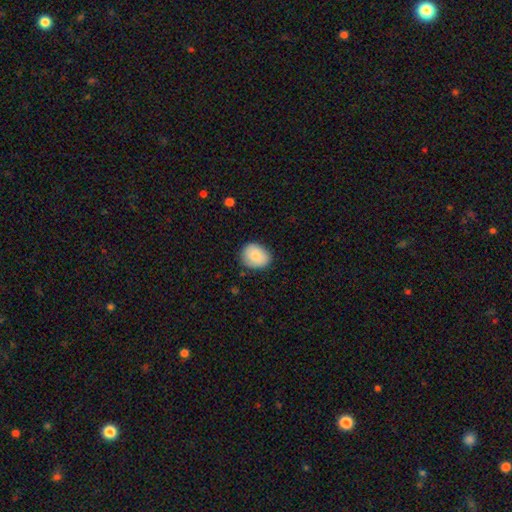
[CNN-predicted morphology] A smooth galaxy with no disk features (85%) that is round (56%). Merging: none (79%).